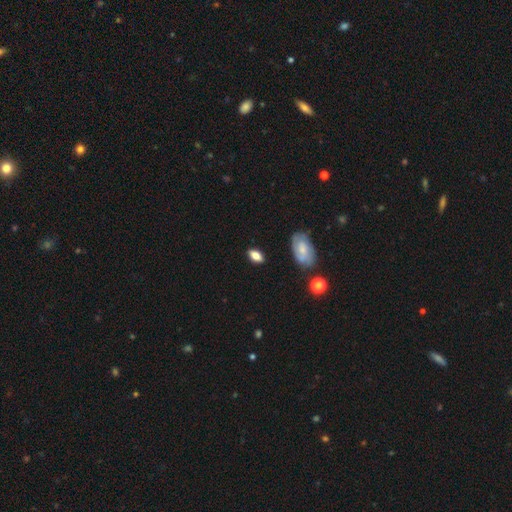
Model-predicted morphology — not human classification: type=smooth (76%); roundness=in between (87%); merging=none (83%).